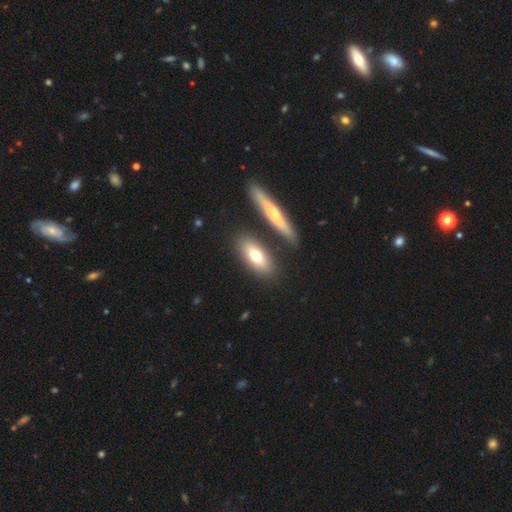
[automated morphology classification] smooth-or-featured: smooth: 69% | featured or disk: 25% | star or artifact: 7%
  how-rounded: in between: 75% | cigar-shaped: 20% | round: 4%
  merging: none: 78% | minor disturbance: 10% | merger: 9% | major disturbance: 3%